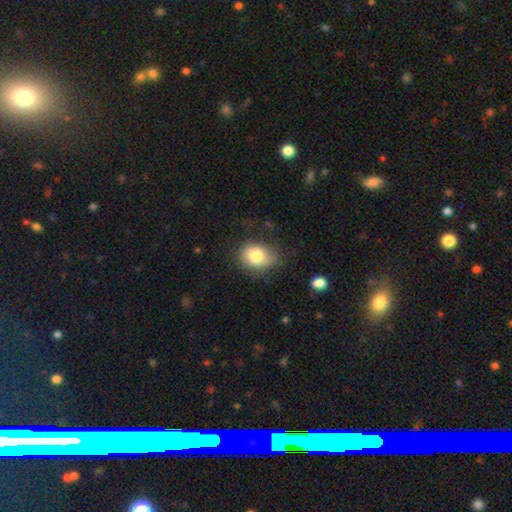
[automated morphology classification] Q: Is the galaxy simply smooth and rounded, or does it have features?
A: smooth — 80%.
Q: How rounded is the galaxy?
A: in between — 55%.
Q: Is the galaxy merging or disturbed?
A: none — 61%.